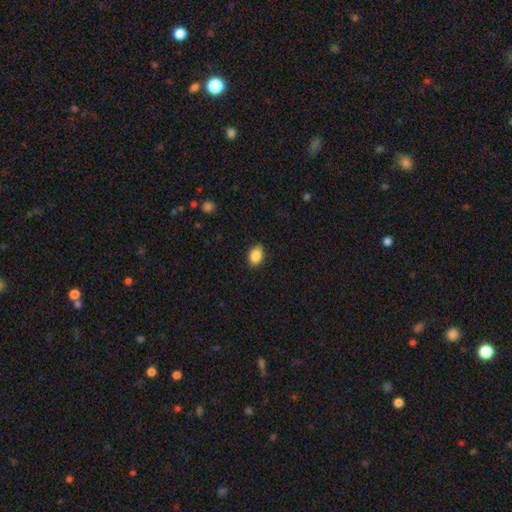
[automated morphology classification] Smooth or featured: smooth — 88% (star or artifact — 8%)
How rounded: in between — 77% (round — 22%)
Merging: none — 89% (minor disturbance — 8%)